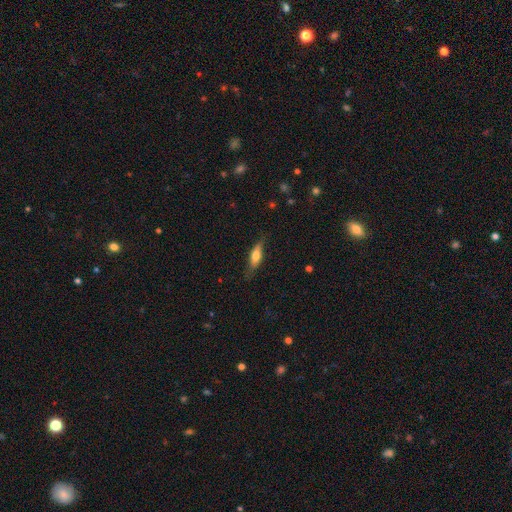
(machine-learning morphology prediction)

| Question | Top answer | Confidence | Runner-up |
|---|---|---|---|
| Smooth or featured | smooth | 60% | featured or disk (34%) |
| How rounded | cigar-shaped | 51% | in between (46%) |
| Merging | none | 74% | minor disturbance (20%) |